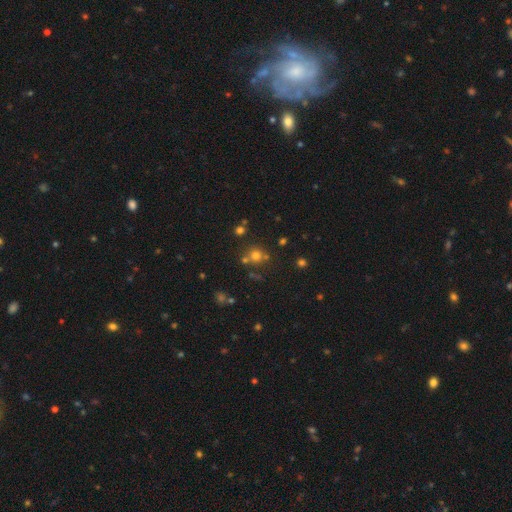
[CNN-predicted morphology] Smooth or featured? Predicted: smooth (p=0.64). How rounded? Predicted: round (p=0.87). Merging? Predicted: none (p=0.65).